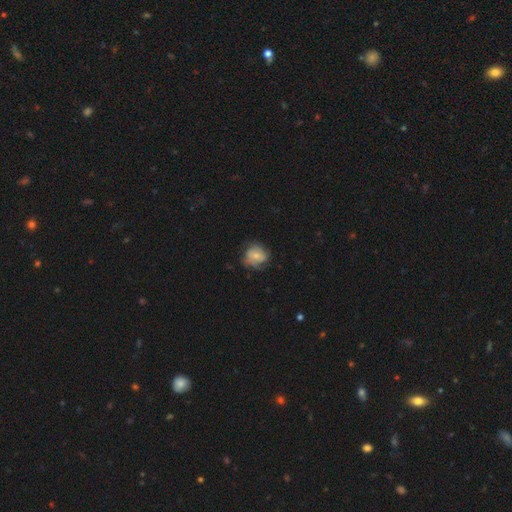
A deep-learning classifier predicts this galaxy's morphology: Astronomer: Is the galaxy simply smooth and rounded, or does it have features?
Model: smooth — 52% (runner-up: featured or disk, 39%).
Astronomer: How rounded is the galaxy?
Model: round — 70%.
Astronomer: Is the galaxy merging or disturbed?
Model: none — 56%.